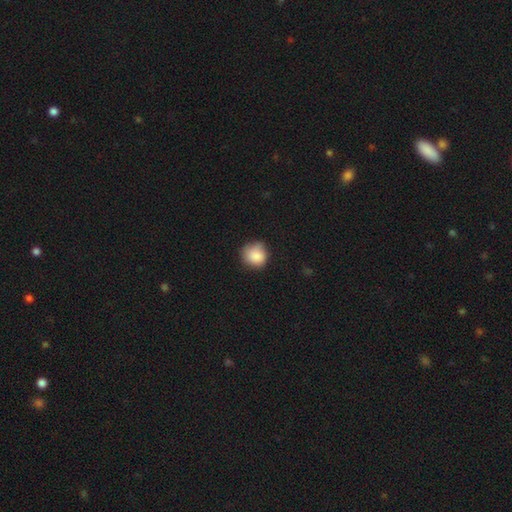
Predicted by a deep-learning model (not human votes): Smooth or featured? Predicted: smooth (p=0.86). How rounded? Predicted: round (p=0.85). Merging? Predicted: none (p=0.63).